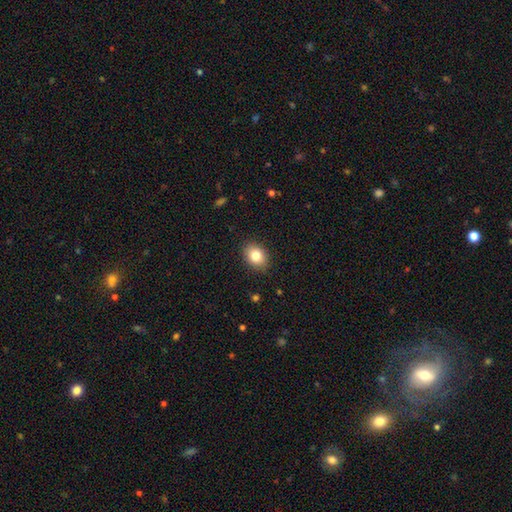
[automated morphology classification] The model was most divided on "how rounded": in between: 65%, round: 34%, cigar-shaped: 1%. More confident: merging — none (88%); smooth or featured — smooth (82%).